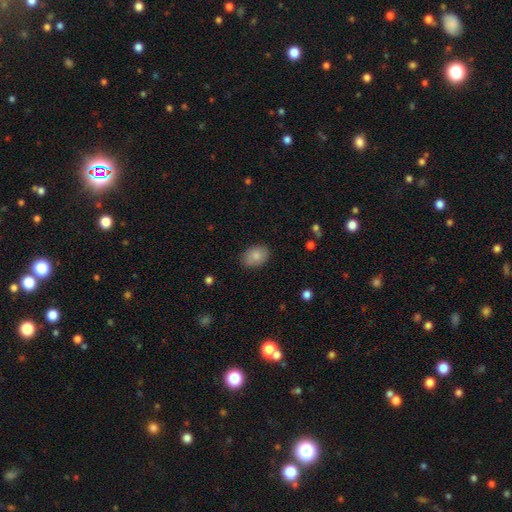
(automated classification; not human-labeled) A smooth galaxy with no disk features (87%) that is in between round and cigar-shaped (78%). Merging: none (83%).